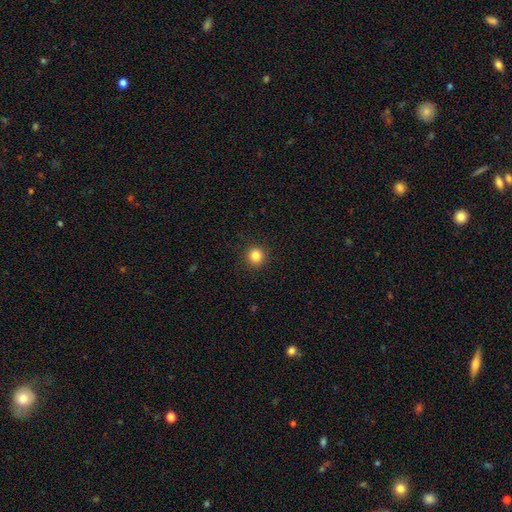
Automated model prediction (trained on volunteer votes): smooth 84%, star or artifact 11%, featured or disk 4%. Down the decision tree: how rounded — round (94%); merging — none (92%).